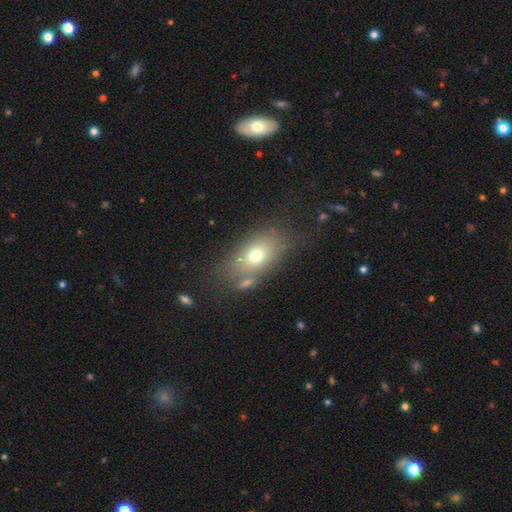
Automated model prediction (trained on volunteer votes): Smooth or featured?
  - smooth: 69% *
  - featured or disk: 19%
  - star or artifact: 12%
How rounded?
  - in between: 81% *
  - round: 15%
  - cigar-shaped: 4%
Merging?
  - none: 67% *
  - minor disturbance: 15%
  - merger: 11%
  - major disturbance: 7%